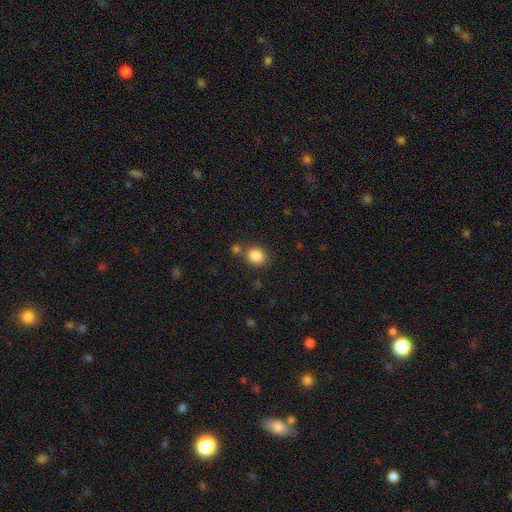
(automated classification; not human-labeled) Smooth or featured? Predicted: smooth (p=0.86). How rounded? Predicted: round (p=0.81). Merging? Predicted: none (p=0.77).